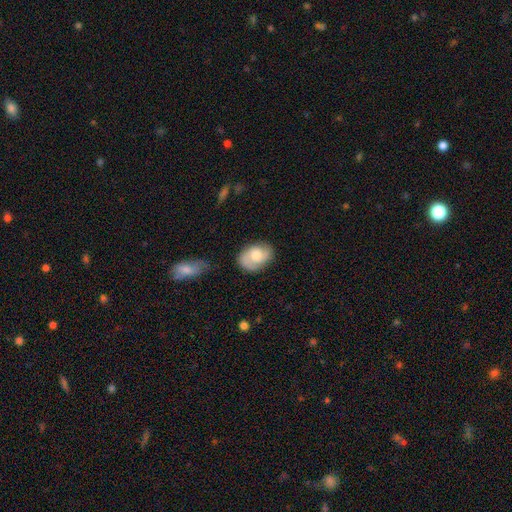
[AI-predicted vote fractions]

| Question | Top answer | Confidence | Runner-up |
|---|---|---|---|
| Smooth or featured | smooth | 51% | featured or disk (42%) |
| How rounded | in between | 77% | round (22%) |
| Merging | none | 69% | minor disturbance (22%) |